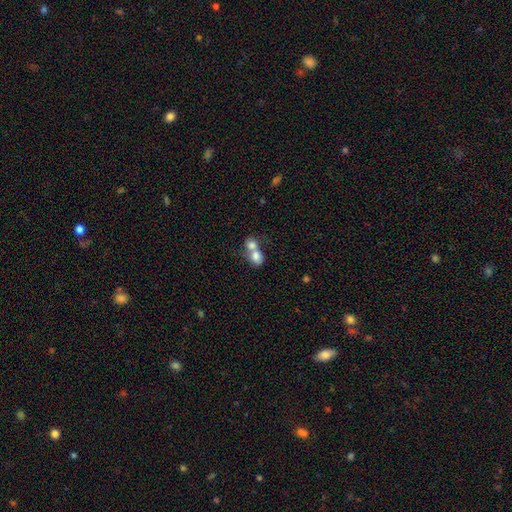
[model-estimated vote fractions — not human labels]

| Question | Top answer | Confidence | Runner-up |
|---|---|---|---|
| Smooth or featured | smooth | 76% | featured or disk (15%) |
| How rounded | round | 56% | in between (43%) |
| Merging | merger | 76% | none (16%) |